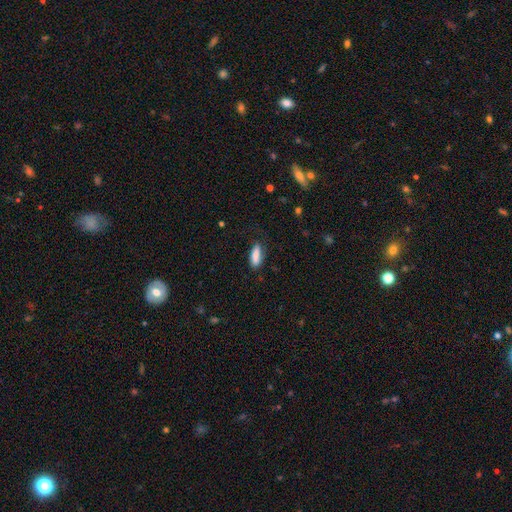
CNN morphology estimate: Q: Smooth or featured?
A: smooth (85%); runner-up: featured or disk (8%)
Q: How rounded?
A: in between (60%); runner-up: cigar-shaped (38%)
Q: Merging?
A: none (71%); runner-up: minor disturbance (21%)